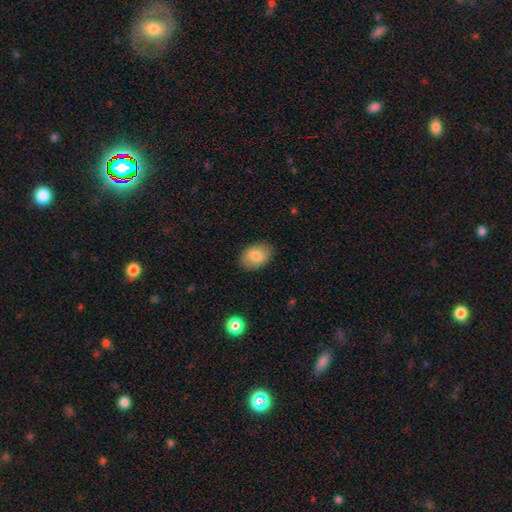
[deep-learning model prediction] Smooth or featured? Predicted: smooth (p=0.81). How rounded? Predicted: in between (p=0.79). Merging? Predicted: none (p=0.86).